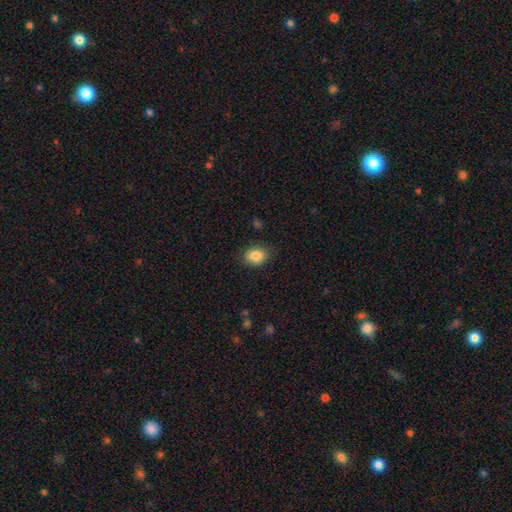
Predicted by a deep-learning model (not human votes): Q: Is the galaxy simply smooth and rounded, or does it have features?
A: smooth — 86%.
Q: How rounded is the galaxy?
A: in between — 62%.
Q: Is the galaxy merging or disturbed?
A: none — 80%.